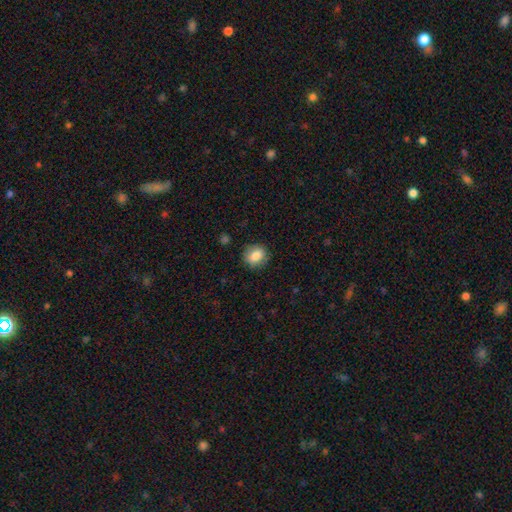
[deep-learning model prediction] A smooth galaxy with no disk features (81%) that is round (59%). Merging: none (84%).